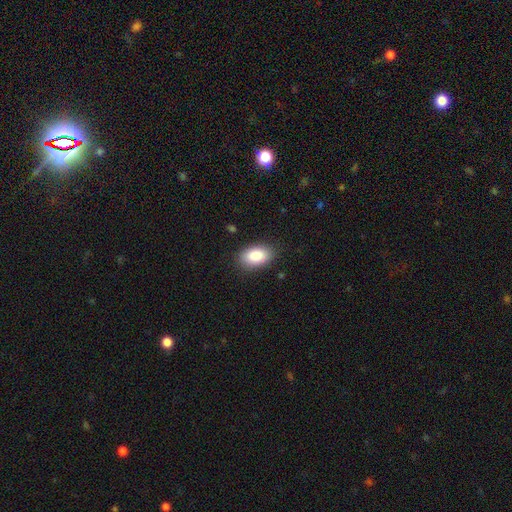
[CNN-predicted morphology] This is clearly a smooth galaxy (87%). How rounded: clearly in between (92%). Merging: clearly none (84%).